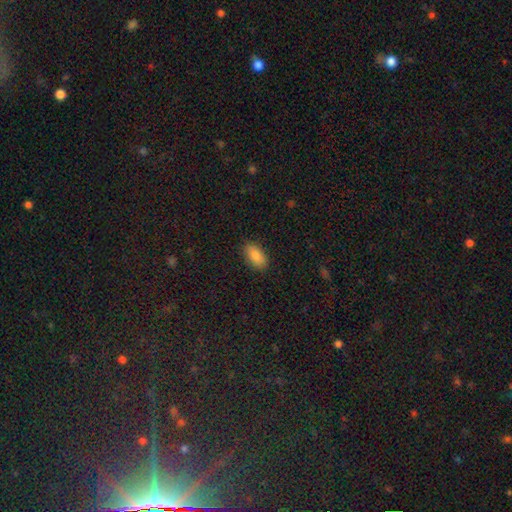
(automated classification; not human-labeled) This is clearly a smooth galaxy (88%). How rounded: clearly in between (93%). Merging: clearly none (86%).